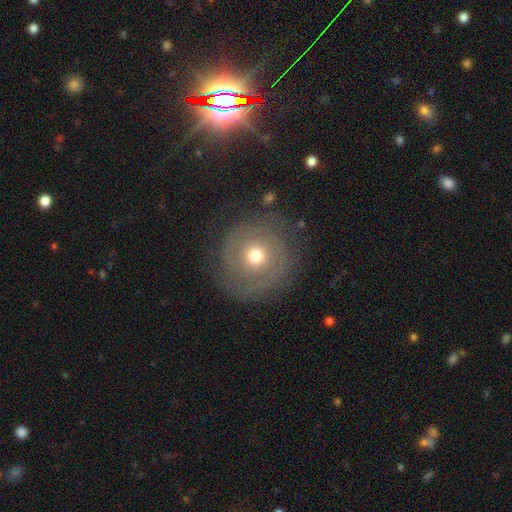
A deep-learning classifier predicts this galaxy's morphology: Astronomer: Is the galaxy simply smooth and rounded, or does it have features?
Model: smooth — 45%, tied with featured or disk at 45%.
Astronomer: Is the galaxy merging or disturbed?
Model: none — 75%.